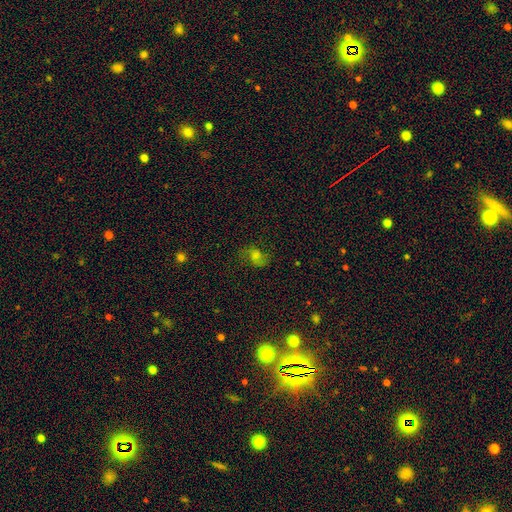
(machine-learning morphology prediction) A smooth galaxy with no disk features (40%). Merging: none (65%).